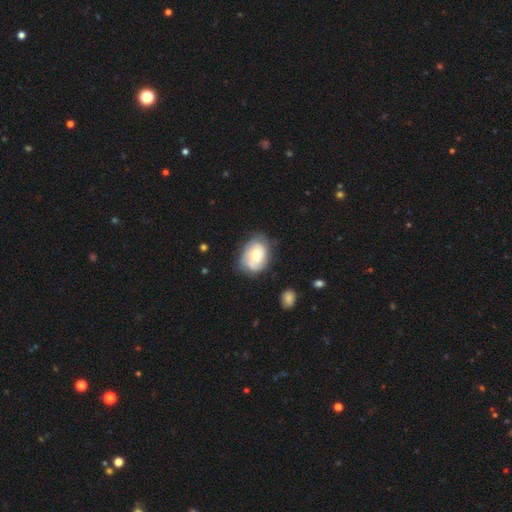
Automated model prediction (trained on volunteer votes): Smooth or featured: featured or disk — 52% (smooth — 41%)
Edge-on disk: no — 96% (yes — 4%)
Bar: no — 76% (weak — 21%)
Spiral arms: yes — 80% (no — 20%)
Bulge size: moderate — 54% (small — 33%)
Merging: none — 65% (minor disturbance — 25%)